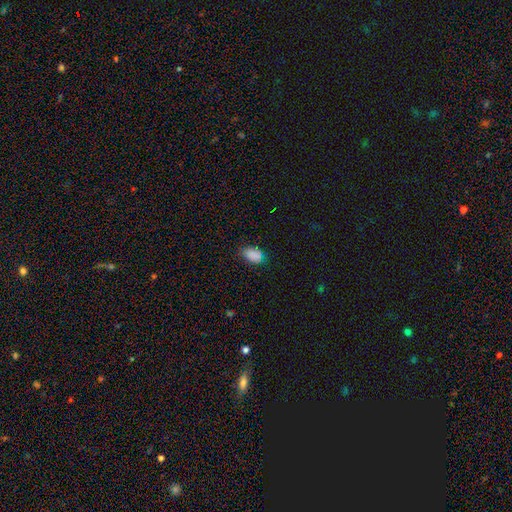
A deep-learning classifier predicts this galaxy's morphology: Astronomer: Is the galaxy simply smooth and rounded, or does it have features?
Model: smooth — 85%.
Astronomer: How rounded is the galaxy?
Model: in between — 90%.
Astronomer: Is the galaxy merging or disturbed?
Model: none — 71%.